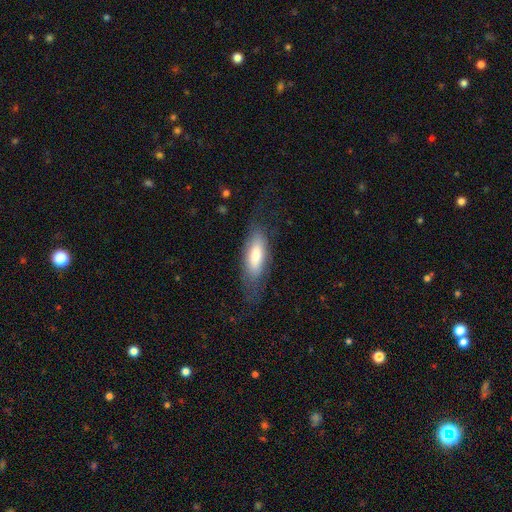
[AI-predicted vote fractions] Q: Smooth or featured?
A: smooth (70%); runner-up: featured or disk (25%)
Q: How rounded?
A: in between (67%); runner-up: cigar-shaped (31%)
Q: Merging?
A: none (67%); runner-up: minor disturbance (20%)